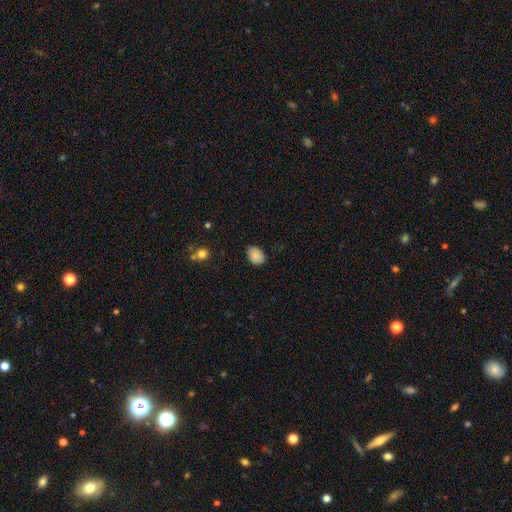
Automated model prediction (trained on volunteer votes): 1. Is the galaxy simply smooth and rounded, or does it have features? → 87% smooth, 8% star or artifact, 5% featured or disk.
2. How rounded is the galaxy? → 72% in between, 27% round, 1% cigar-shaped.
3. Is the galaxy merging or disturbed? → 81% none, 15% minor disturbance, 3% major disturbance, 1% merger.